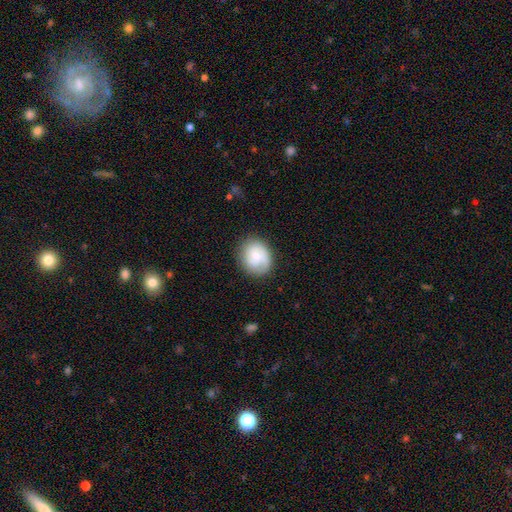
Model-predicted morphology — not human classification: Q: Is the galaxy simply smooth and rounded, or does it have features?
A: smooth — 59%.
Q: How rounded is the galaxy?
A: round — 64%.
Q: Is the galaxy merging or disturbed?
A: none — 72%.